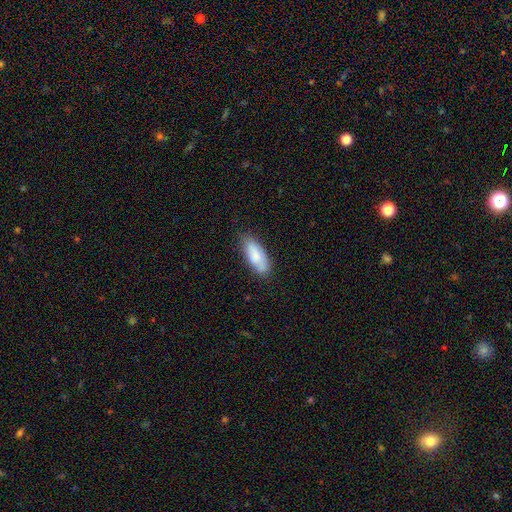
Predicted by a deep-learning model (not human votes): smooth 78%, featured or disk 15%, star or artifact 6%. Down the decision tree: how rounded — in between (76%); merging — none (70%).